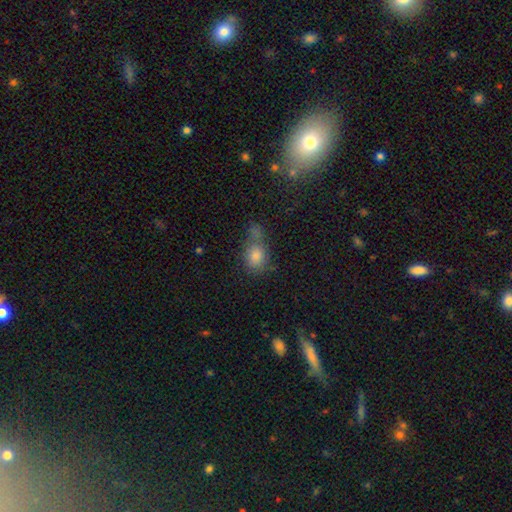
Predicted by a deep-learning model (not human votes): smooth-or-featured: smooth: 79% | star or artifact: 12% | featured or disk: 9%
  how-rounded: in between: 53% | round: 45% | cigar-shaped: 2%
  merging: none: 43% | merger: 33% | minor disturbance: 16% | major disturbance: 8%